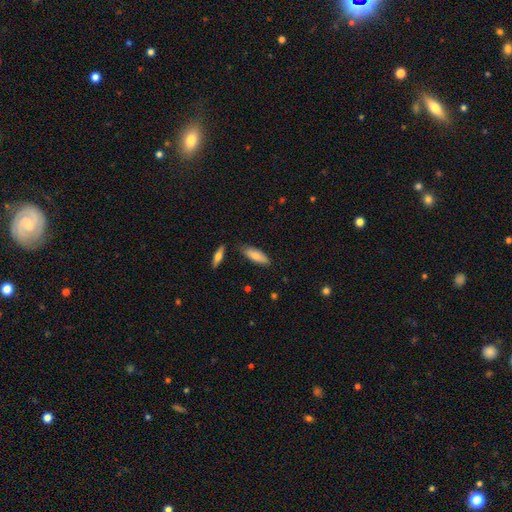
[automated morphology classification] The model was most divided on "how rounded": in between: 56%, cigar-shaped: 42%, round: 2%. More confident: smooth or featured — smooth (80%); merging — none (78%).